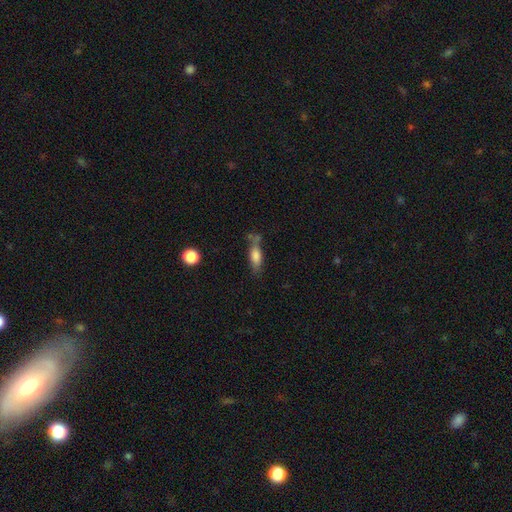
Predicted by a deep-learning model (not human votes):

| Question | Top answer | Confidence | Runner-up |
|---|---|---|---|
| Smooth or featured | smooth | 73% | featured or disk (19%) |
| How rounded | in between | 59% | cigar-shaped (38%) |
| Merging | none | 51% | minor disturbance (24%) |